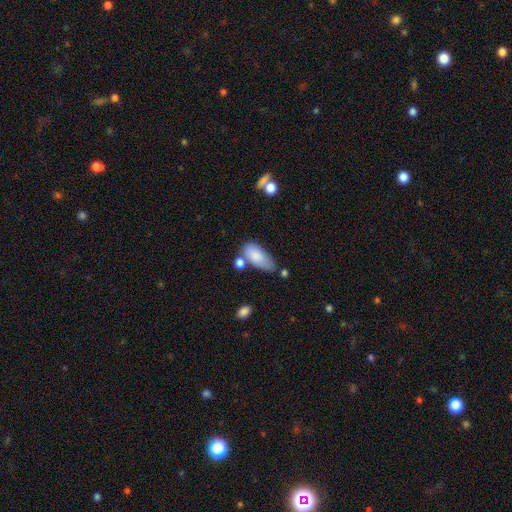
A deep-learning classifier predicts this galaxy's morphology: smooth-or-featured: smooth: 82% | featured or disk: 11% | star or artifact: 7%
  how-rounded: in between: 88% | cigar-shaped: 10% | round: 3%
  merging: none: 45% | minor disturbance: 26% | merger: 19% | major disturbance: 9%